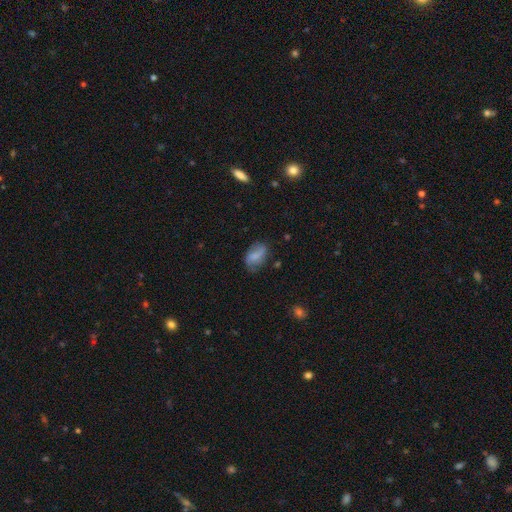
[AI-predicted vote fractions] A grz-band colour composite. It shows a smooth galaxy with no disk features (63%) that is in between round and cigar-shaped (87%). Merging: none (60%).